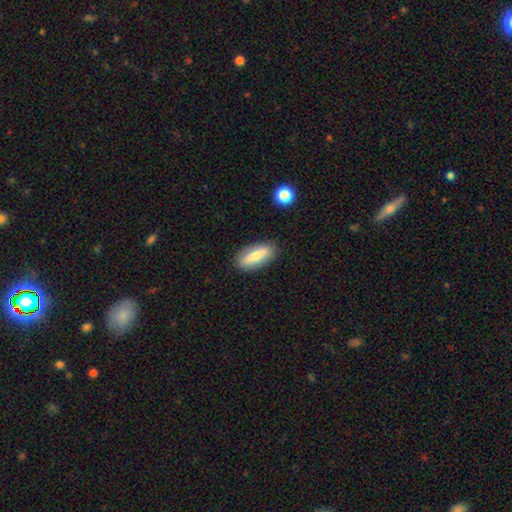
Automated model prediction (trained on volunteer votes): smooth_or_featured: smooth (p=0.66) [alt: featured or disk p=0.28]
how_rounded: in between (p=0.72) [alt: cigar-shaped p=0.25]
merging: none (p=0.85) [alt: minor disturbance p=0.11]